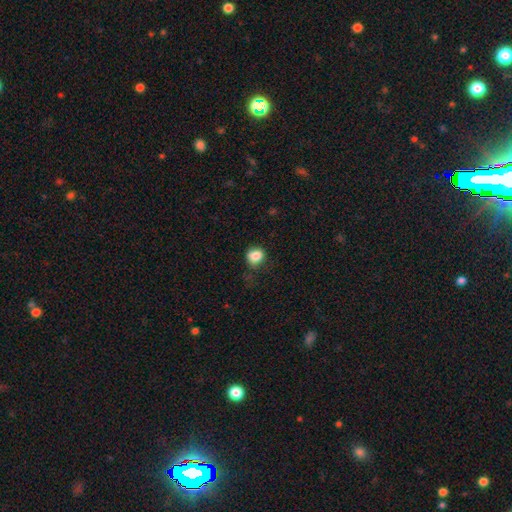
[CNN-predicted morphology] The model was most divided on "merging": none: 61%, minor disturbance: 26%, major disturbance: 11%, merger: 2%. More confident: smooth or featured — smooth (84%); how rounded — round (67%).